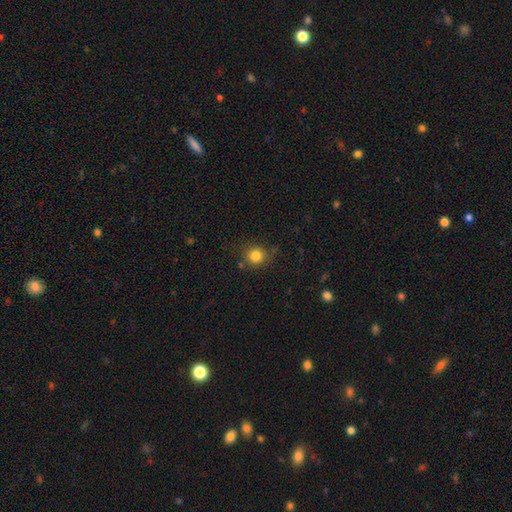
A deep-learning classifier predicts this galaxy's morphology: Smooth or featured?
  - smooth: 82% *
  - star or artifact: 12%
  - featured or disk: 5%
How rounded?
  - round: 90% *
  - in between: 9%
  - cigar-shaped: 1%
Merging?
  - none: 80% *
  - minor disturbance: 12%
  - merger: 4%
  - major disturbance: 4%